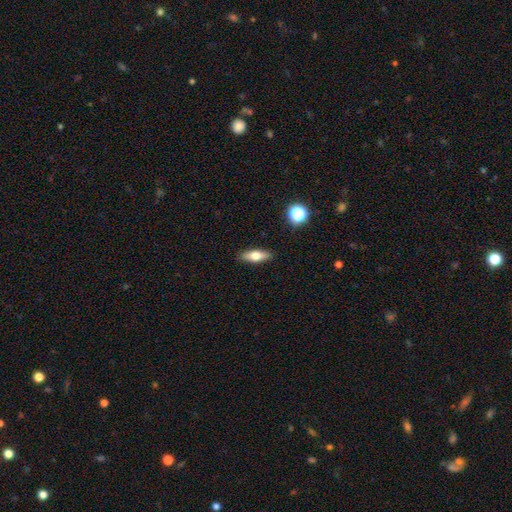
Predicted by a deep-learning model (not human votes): Overall: smooth (63%; featured or disk 29%). How rounded: in between (56%; cigar-shaped 40%). Merging: none (89%).